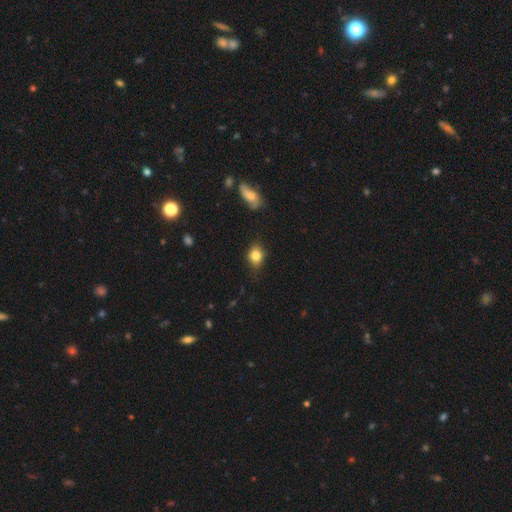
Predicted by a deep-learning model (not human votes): A smooth galaxy with no disk features (79%) that is in between round and cigar-shaped (49%).

Vote fractions:
- Smooth or featured? smooth: 79% / featured or disk: 11% / star or artifact: 10%
- How rounded? in between: 49% / round: 48% / cigar-shaped: 2%
- Merging? none: 68% / minor disturbance: 24% / major disturbance: 6% / merger: 2%